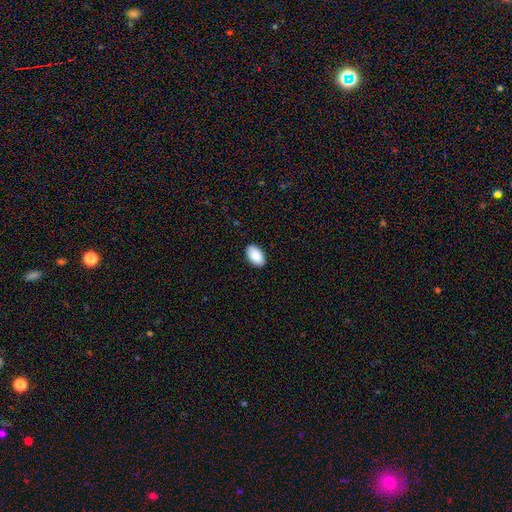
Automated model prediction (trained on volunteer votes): A smooth galaxy with no disk features (89%) that is in between round and cigar-shaped (95%). Merging: none (90%).